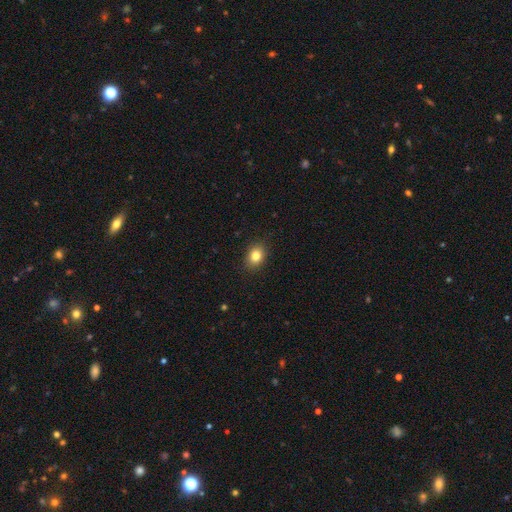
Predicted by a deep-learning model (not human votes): smooth 82%, star or artifact 11%, featured or disk 7%. Down the decision tree: how rounded — in between (60%); merging — none (88%).